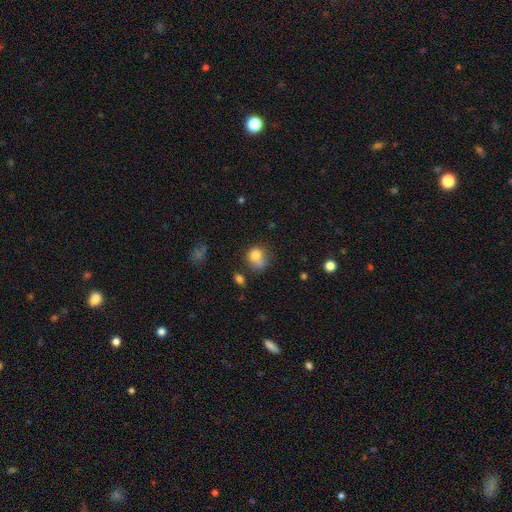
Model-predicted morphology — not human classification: Overall: smooth (77%). How rounded: round (69%; in between 30%). Merging: none (41%; minor disturbance 24%).